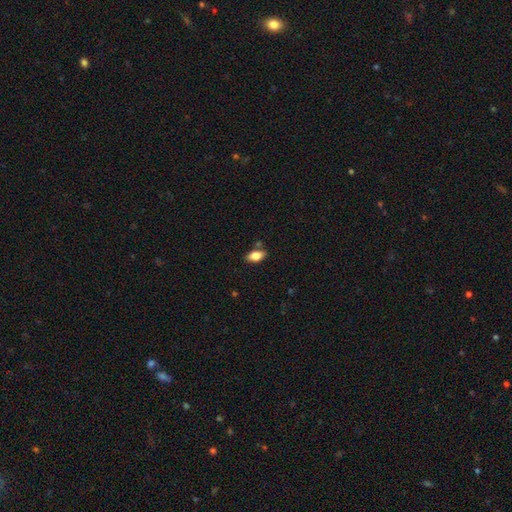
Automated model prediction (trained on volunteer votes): Smooth or featured? smooth (77%)
How rounded? in between (90%)
Merging? none (77%)